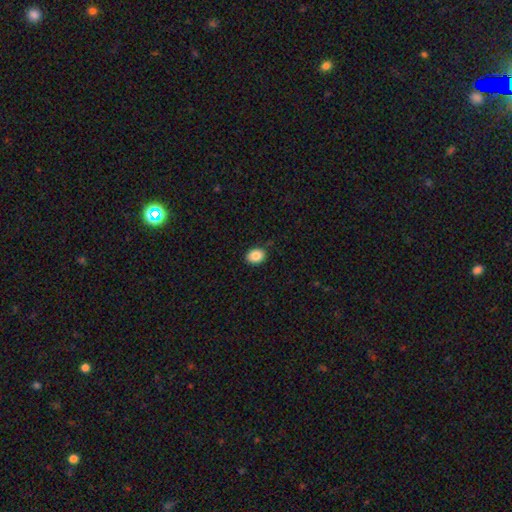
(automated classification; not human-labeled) A smooth galaxy with no disk features (87%) that is in between round and cigar-shaped (61%).

Vote fractions:
- Smooth or featured? smooth: 87% / star or artifact: 8% / featured or disk: 5%
- How rounded? in between: 61% / round: 38% / cigar-shaped: 1%
- Merging? none: 86% / minor disturbance: 11% / major disturbance: 2% / merger: 1%